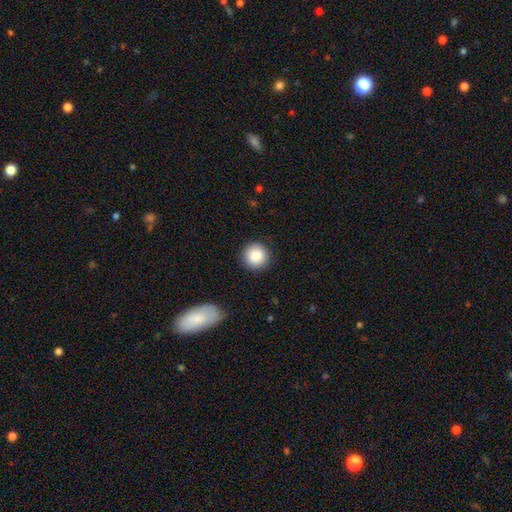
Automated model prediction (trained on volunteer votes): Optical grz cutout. It shows a smooth galaxy with no disk features (86%) that is round (94%). Merging: none (90%).